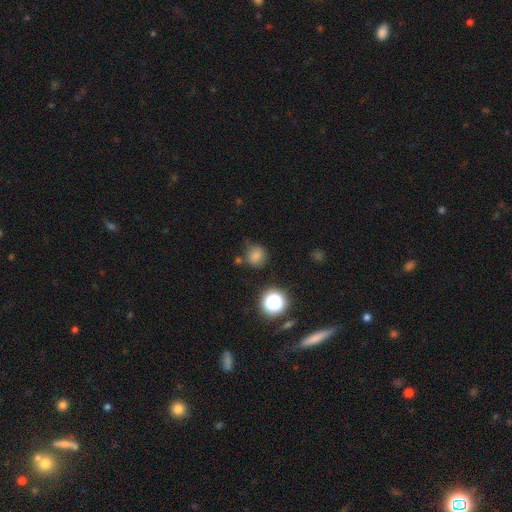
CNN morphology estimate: Smooth or featured?
  - smooth: 76% *
  - star or artifact: 18%
  - featured or disk: 6%
How rounded?
  - round: 86% *
  - in between: 13%
  - cigar-shaped: 1%
Merging?
  - none: 74% *
  - minor disturbance: 16%
  - merger: 5%
  - major disturbance: 4%